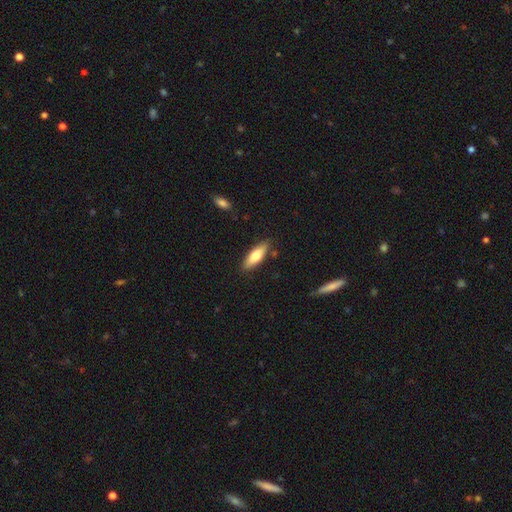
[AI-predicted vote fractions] Smooth or featured? smooth (71%)
How rounded? in between (54%)
Merging? none (84%)